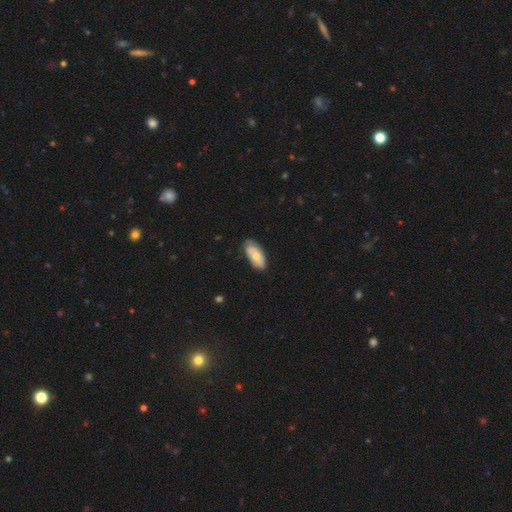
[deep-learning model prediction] smooth-or-featured: smooth: 62% | featured or disk: 32% | star or artifact: 6%
  how-rounded: in between: 90% | cigar-shaped: 8% | round: 3%
  merging: none: 67% | minor disturbance: 27% | major disturbance: 5% | merger: 2%